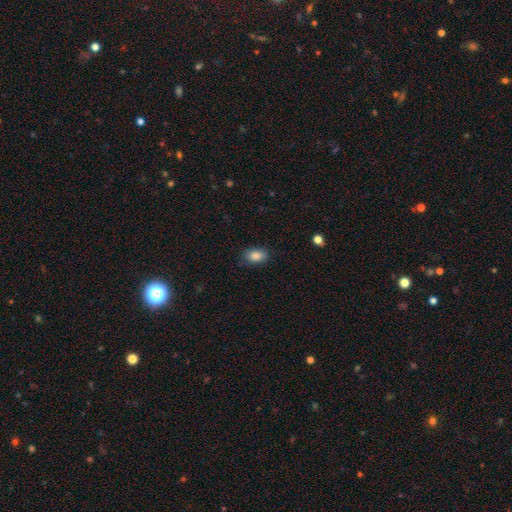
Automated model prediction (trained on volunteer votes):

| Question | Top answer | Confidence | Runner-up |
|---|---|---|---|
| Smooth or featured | smooth | 86% | star or artifact (8%) |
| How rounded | in between | 89% | round (8%) |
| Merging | none | 81% | minor disturbance (14%) |